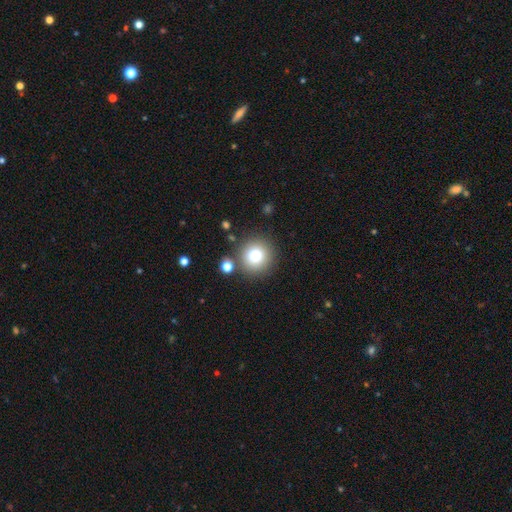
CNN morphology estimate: smooth_or_featured: smooth (p=0.79) [alt: star or artifact p=0.12]
how_rounded: round (p=0.94) [alt: in between p=0.05]
merging: none (p=0.83) [alt: minor disturbance p=0.08]